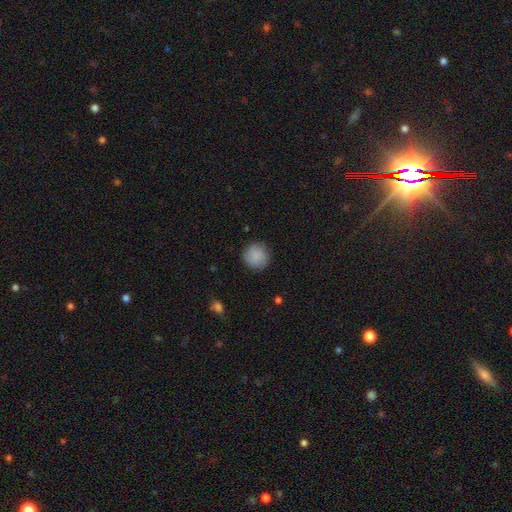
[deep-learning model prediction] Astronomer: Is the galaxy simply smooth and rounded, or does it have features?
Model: smooth — 88%.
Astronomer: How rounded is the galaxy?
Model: round — 93%.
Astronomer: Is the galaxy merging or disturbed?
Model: none — 87%.